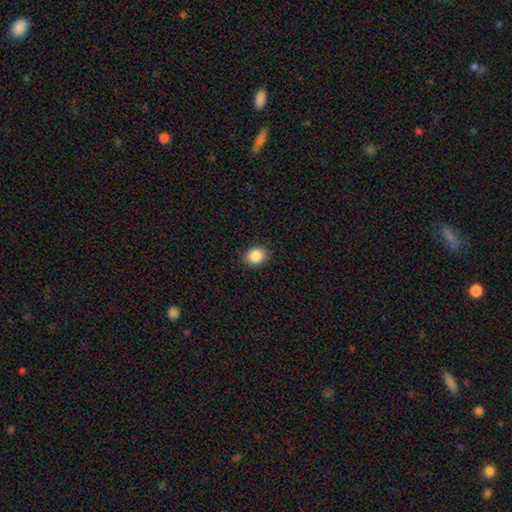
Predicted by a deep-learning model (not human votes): A smooth galaxy with no disk features (87%) that is in between round and cigar-shaped (55%).

Vote fractions:
- Smooth or featured? smooth: 87% / star or artifact: 9% / featured or disk: 4%
- How rounded? in between: 55% / round: 44% / cigar-shaped: 1%
- Merging? none: 88% / minor disturbance: 9% / major disturbance: 2% / merger: 1%